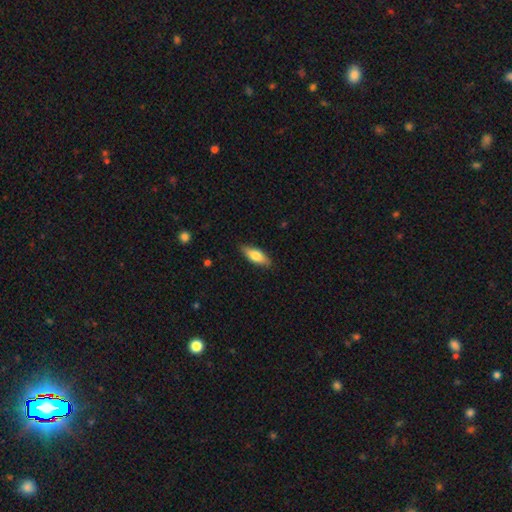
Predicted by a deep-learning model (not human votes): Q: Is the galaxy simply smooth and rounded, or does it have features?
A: smooth — 75%.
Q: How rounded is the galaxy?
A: in between — 73%.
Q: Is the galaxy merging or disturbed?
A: none — 84%.